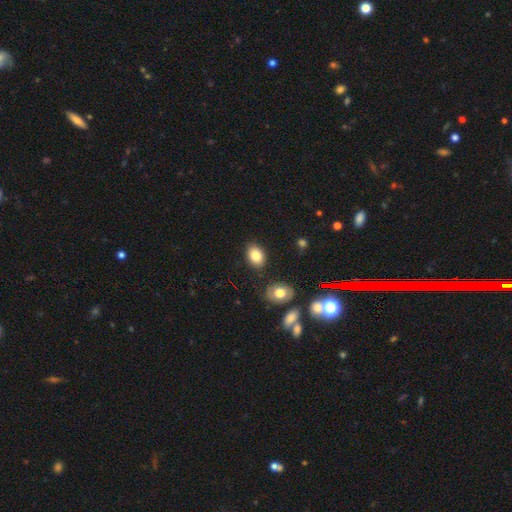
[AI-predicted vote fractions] smooth 82%, featured or disk 10%, star or artifact 9%. Down the decision tree: how rounded — in between (81%); merging — none (83%).